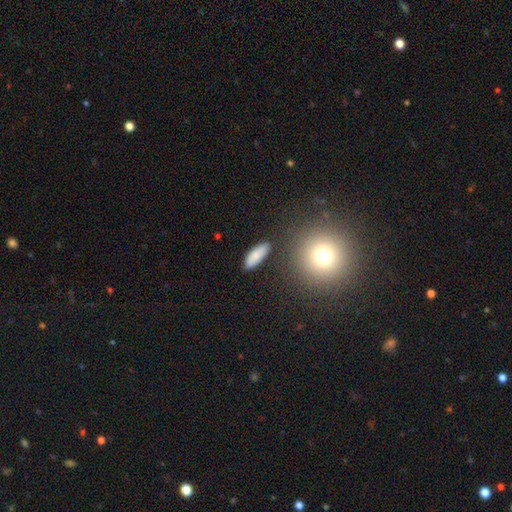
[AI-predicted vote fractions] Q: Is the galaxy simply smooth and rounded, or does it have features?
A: smooth — 85%.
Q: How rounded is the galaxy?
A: in between — 63%.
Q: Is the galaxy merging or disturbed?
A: none — 86%.